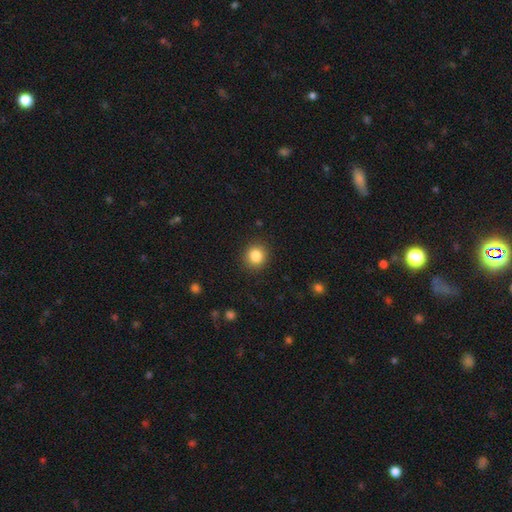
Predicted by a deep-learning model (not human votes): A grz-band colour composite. It shows a smooth galaxy with no disk features (85%) that is round (85%). Merging: none (90%).